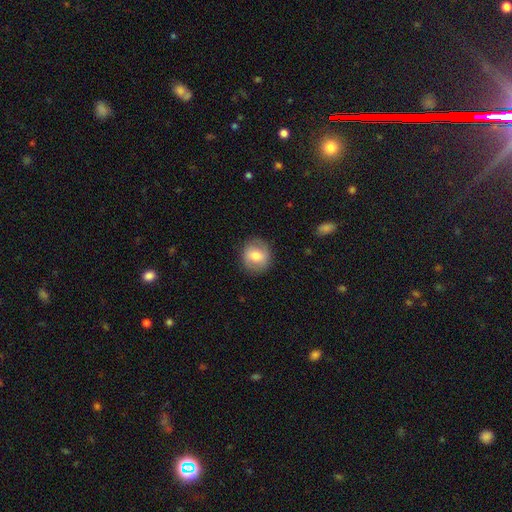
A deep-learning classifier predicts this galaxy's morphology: type=smooth (63%); roundness=round (85%); merging=none (86%).